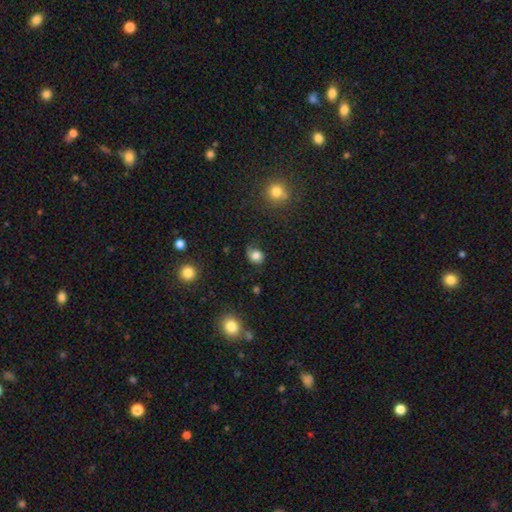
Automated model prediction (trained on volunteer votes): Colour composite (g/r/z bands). It shows a smooth galaxy with no disk features (74%) that is round (61%). Merging: none (60%).